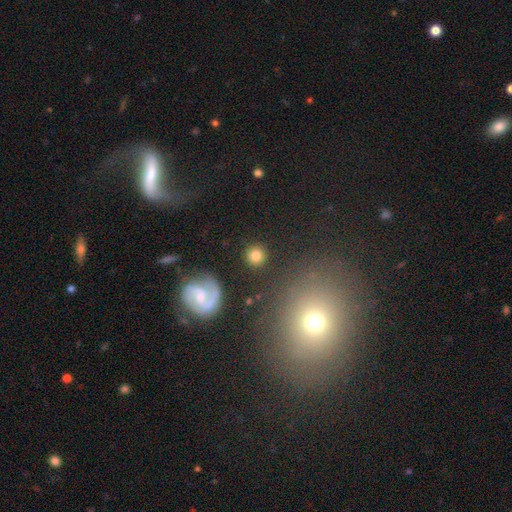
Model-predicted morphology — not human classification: smooth 77%, featured or disk 13%, star or artifact 11%. Down the decision tree: how rounded — round (94%); merging — none (89%).